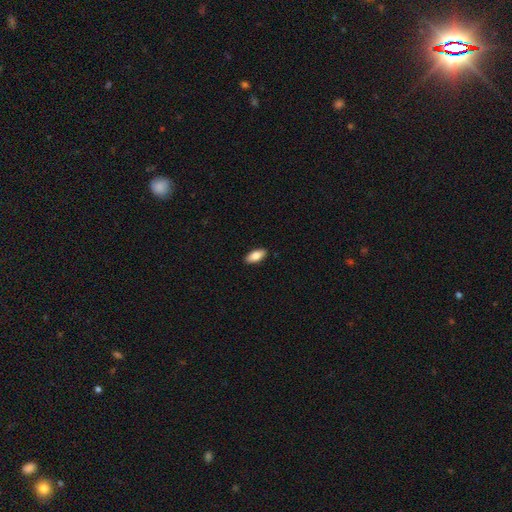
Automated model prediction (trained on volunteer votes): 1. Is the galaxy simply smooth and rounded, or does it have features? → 83% smooth, 11% featured or disk, 6% star or artifact.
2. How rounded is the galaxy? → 85% in between, 12% cigar-shaped, 2% round.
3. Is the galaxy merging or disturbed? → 90% none, 8% minor disturbance, 2% major disturbance, 1% merger.